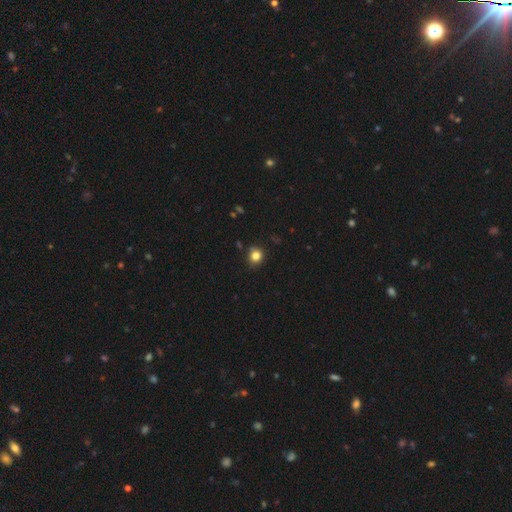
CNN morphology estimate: A smooth galaxy with no disk features (82%) that is round (80%).

Vote fractions:
- Smooth or featured? smooth: 82% / star or artifact: 12% / featured or disk: 6%
- How rounded? round: 80% / in between: 19% / cigar-shaped: 1%
- Merging? none: 80% / minor disturbance: 14% / major disturbance: 3% / merger: 3%